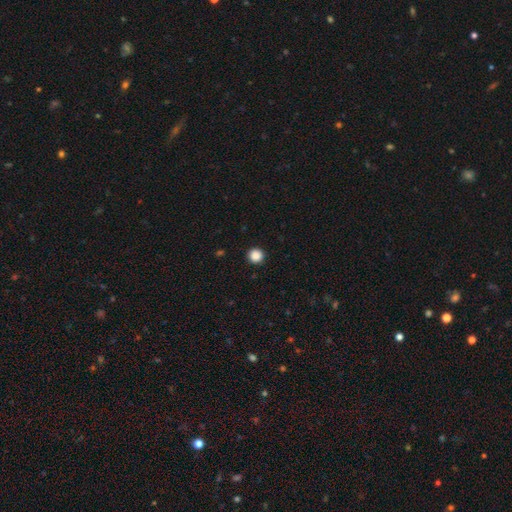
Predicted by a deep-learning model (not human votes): Smooth or featured? smooth (88%)
How rounded? round (95%)
Merging? none (92%)